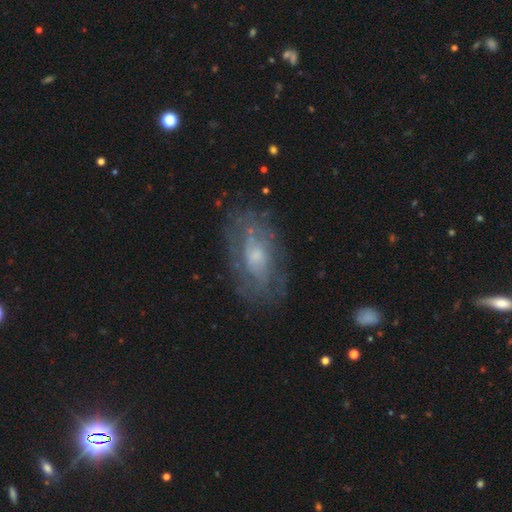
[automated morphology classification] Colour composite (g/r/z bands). It shows a featured or disk galaxy (69%) with no bar (69%), spiral arms (69%) and a small central bulge (45%). Merging: none (72%).